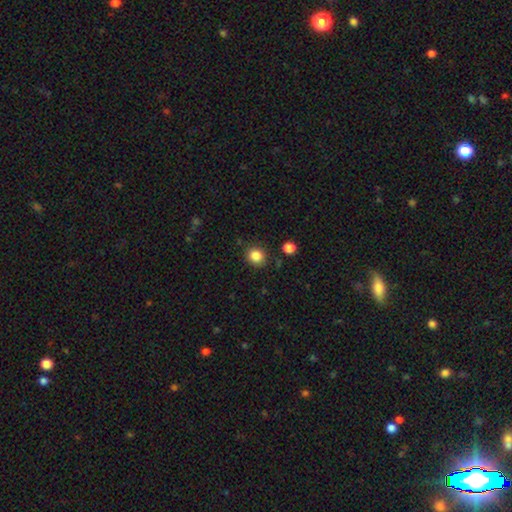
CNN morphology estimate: Q: Smooth or featured?
A: smooth (85%); runner-up: star or artifact (11%)
Q: How rounded?
A: round (83%); runner-up: in between (17%)
Q: Merging?
A: none (87%); runner-up: minor disturbance (8%)